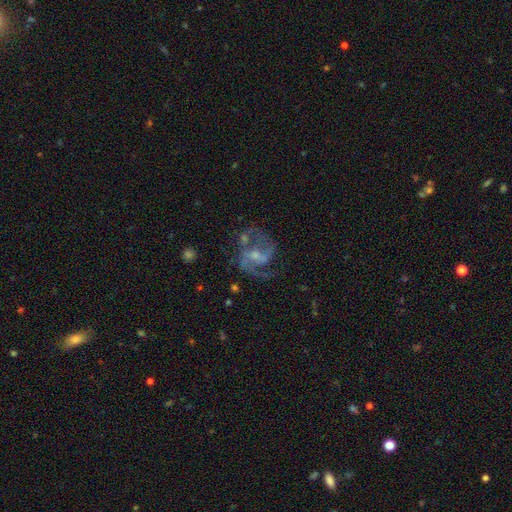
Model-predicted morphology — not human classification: Q: Smooth or featured?
A: featured or disk (84%); runner-up: star or artifact (8%)
Q: Edge-on disk?
A: no (98%); runner-up: yes (2%)
Q: Bar?
A: weak (47%); runner-up: no (33%)
Q: Spiral arms?
A: yes (94%); runner-up: no (6%)
Q: Spiral winding?
A: medium (56%); runner-up: loose (28%)
Q: Spiral arm count?
A: 2 (69%); runner-up: 3 (12%)
Q: Bulge size?
A: small (53%); runner-up: moderate (34%)
Q: Merging?
A: none (61%); runner-up: major disturbance (17%)